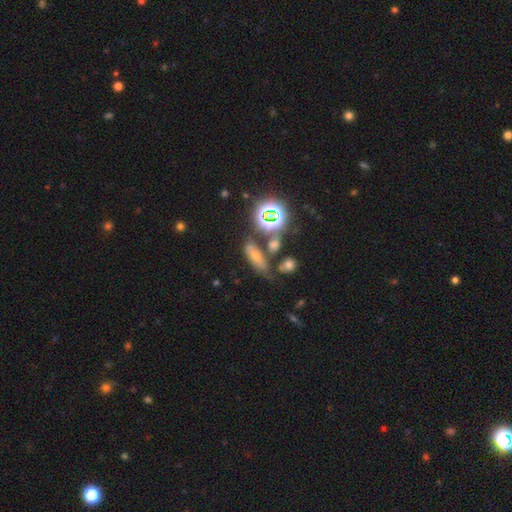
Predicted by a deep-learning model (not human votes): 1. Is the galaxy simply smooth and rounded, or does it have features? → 54% smooth, 26% star or artifact, 20% featured or disk.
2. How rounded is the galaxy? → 60% in between, 27% cigar-shaped, 13% round.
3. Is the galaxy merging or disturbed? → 59% none, 17% minor disturbance, 16% merger, 7% major disturbance.